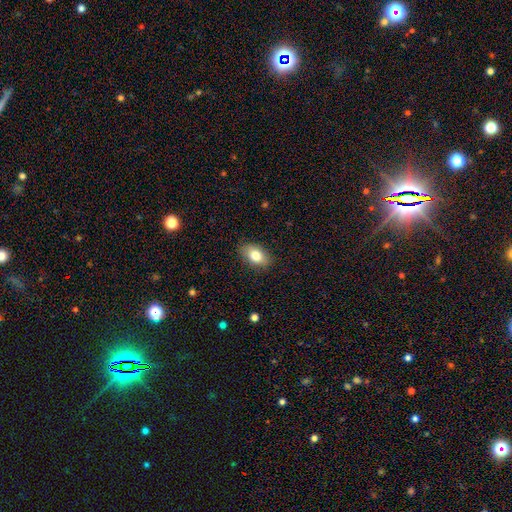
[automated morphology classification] type=smooth (80%); roundness=in between (89%); merging=none (85%).